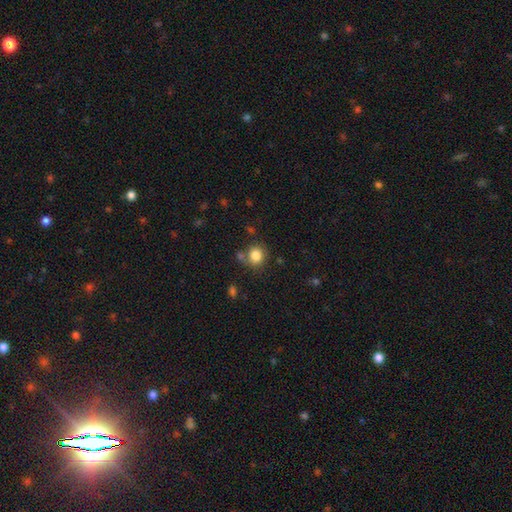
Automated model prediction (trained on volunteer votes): Overall: smooth (83%). How rounded: round (83%). Merging: none (69%).